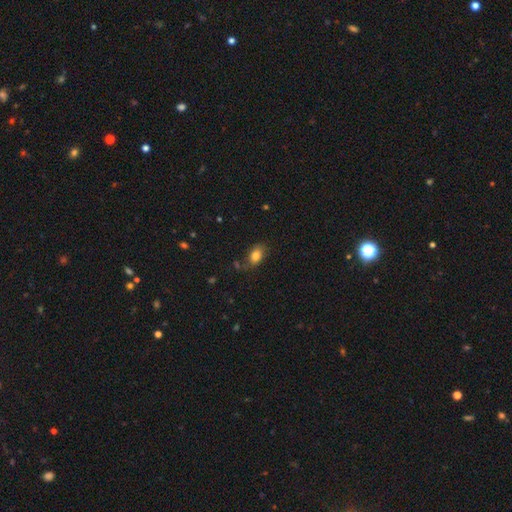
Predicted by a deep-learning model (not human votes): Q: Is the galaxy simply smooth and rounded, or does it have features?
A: smooth — 80%.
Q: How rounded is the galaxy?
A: in between — 83%.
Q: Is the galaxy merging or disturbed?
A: none — 70%.